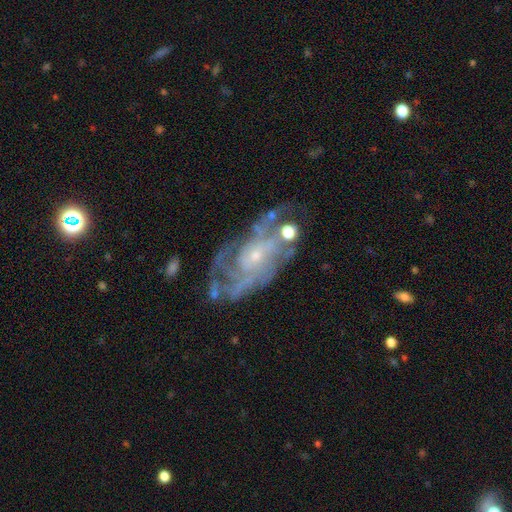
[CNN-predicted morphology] The model was most divided on "spiral winding": tight: 53%, medium: 35%, loose: 12%. Remaining: edge-on disk — no (95%); spiral arms — yes (88%); smooth or featured — featured or disk (84%); bulge size — small (76%); bar — no (69%); merging — none (56%); spiral arm count — can't tell (41%).